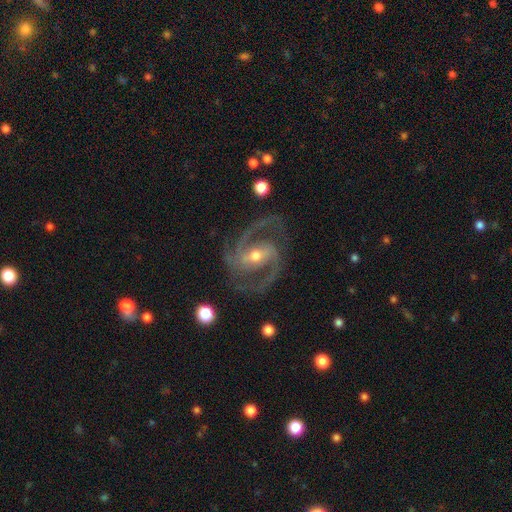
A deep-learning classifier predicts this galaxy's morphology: Smooth or featured? Predicted: featured or disk (p=0.93). Edge-on disk? Predicted: no (p=0.98). Bar? Predicted: weak (p=0.43). Spiral arms? Predicted: yes (p=0.98). Spiral winding? Predicted: medium (p=0.63). Spiral arm count? Predicted: 2 (p=0.73). Bulge size? Predicted: moderate (p=0.60). Merging? Predicted: none (p=0.78).